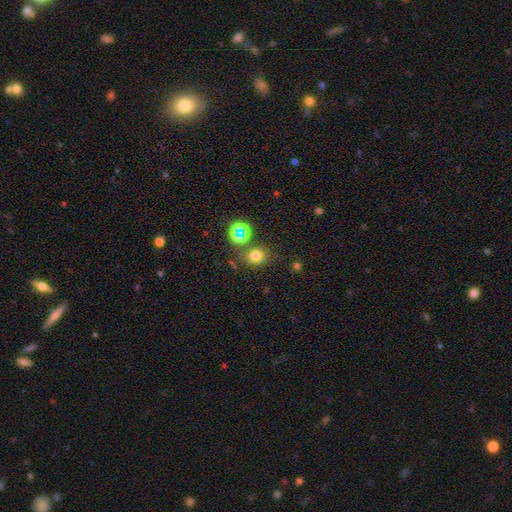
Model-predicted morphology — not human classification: A smooth galaxy with no disk features (71%) that is round (74%). Merging: none (74%).